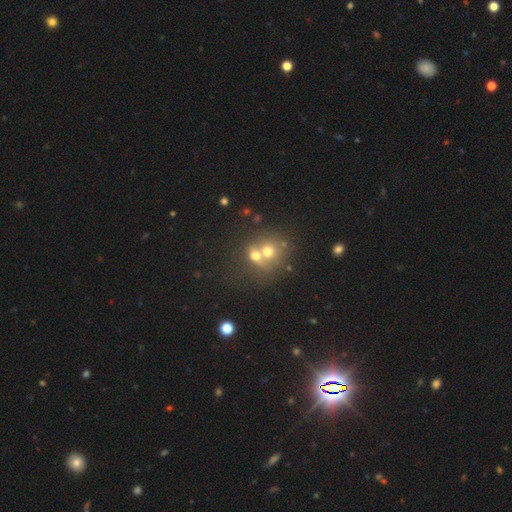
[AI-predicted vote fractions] The model was most divided on "merging": merger: 61%, none: 29%, minor disturbance: 6%, major disturbance: 4%. More confident: how rounded — round (76%); smooth or featured — smooth (62%).